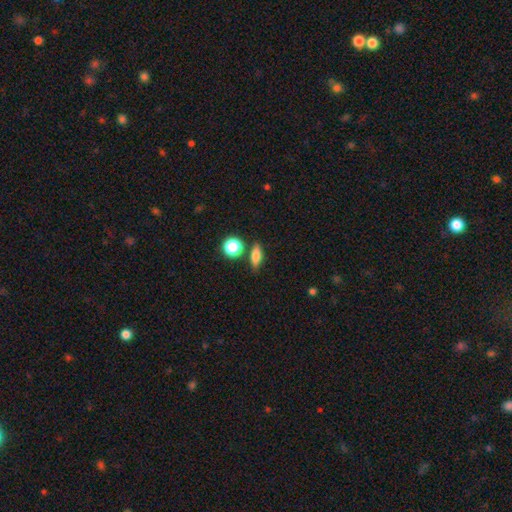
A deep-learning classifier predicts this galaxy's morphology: smooth 71%, featured or disk 18%, star or artifact 11%. Down the decision tree: how rounded — in between (56%); merging — none (77%).